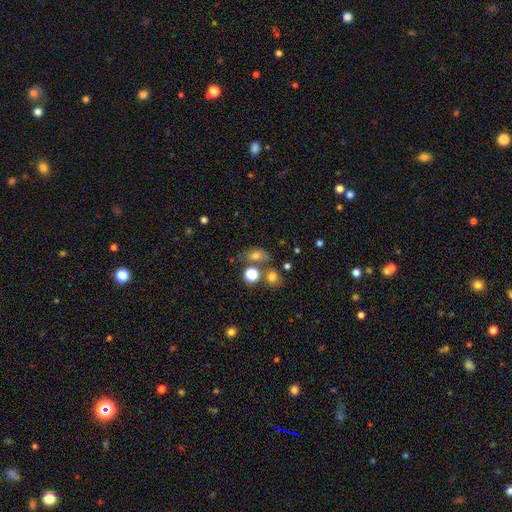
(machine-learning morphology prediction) Smooth or featured?
  - smooth: 70% *
  - star or artifact: 17%
  - featured or disk: 13%
How rounded?
  - in between: 68% *
  - round: 29%
  - cigar-shaped: 3%
Merging?
  - none: 55% *
  - merger: 20%
  - minor disturbance: 17%
  - major disturbance: 8%